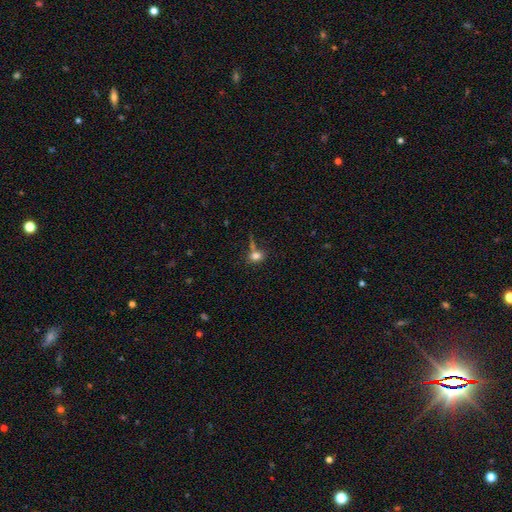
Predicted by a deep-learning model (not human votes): Overall: smooth (76%). How rounded: in between (53%; round 44%). Merging: none (51%; merger 20%).